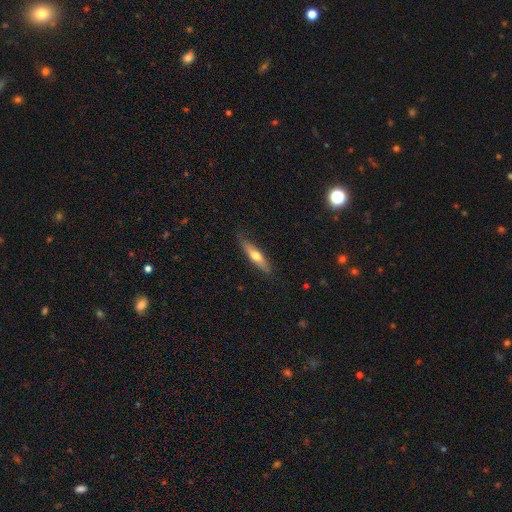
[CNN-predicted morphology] A smooth galaxy with no disk features (56%) that is cigar-shaped (76%).

Vote fractions:
- Smooth or featured? smooth: 56% / featured or disk: 38% / star or artifact: 6%
- How rounded? cigar-shaped: 76% / in between: 22% / round: 2%
- Merging? none: 81% / minor disturbance: 15% / major disturbance: 3% / merger: 1%